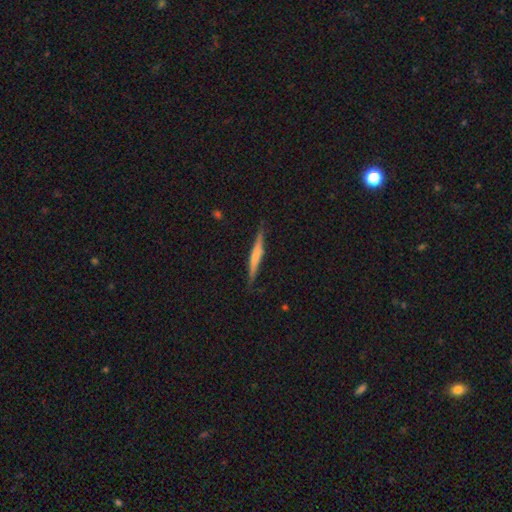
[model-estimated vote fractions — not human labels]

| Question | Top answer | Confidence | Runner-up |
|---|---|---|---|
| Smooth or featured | featured or disk | 54% | smooth (40%) |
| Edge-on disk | yes | 96% | no (4%) |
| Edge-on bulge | rounded | 49% | none (35%) |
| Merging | none | 85% | minor disturbance (11%) |